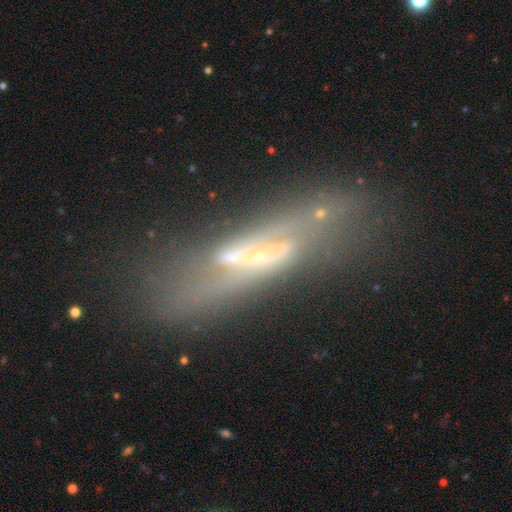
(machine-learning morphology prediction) smooth-or-featured: featured or disk: 72% | smooth: 19% | star or artifact: 10%
  disk-edge-on: no: 61% | yes: 39%
  merging: none: 58% | minor disturbance: 20% | major disturbance: 15% | merger: 7%